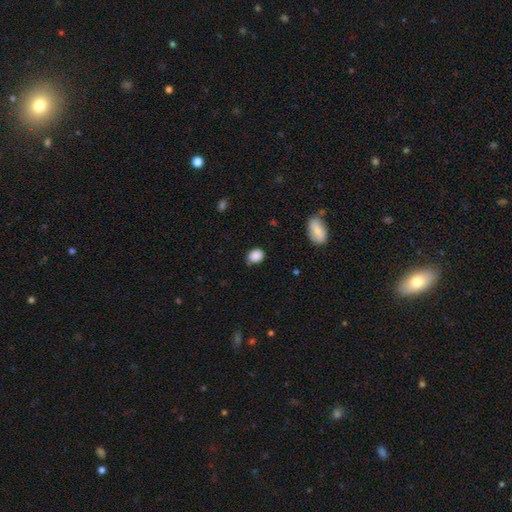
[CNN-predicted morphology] Q: Smooth or featured?
A: smooth (87%); runner-up: star or artifact (9%)
Q: How rounded?
A: in between (59%); runner-up: round (40%)
Q: Merging?
A: none (69%); runner-up: minor disturbance (24%)